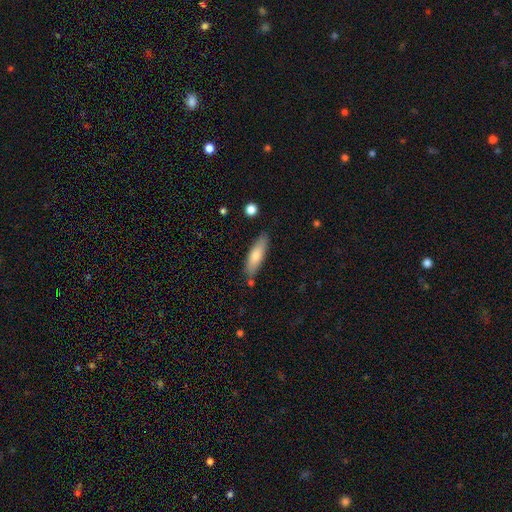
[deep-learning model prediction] Morphology: type=smooth (76%); roundness=cigar-shaped (57%); merging=none (77%).